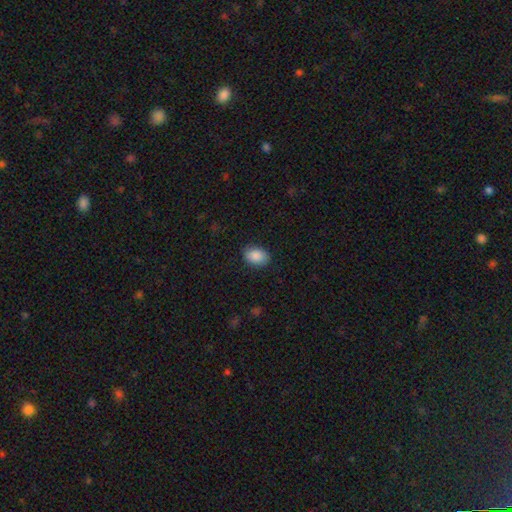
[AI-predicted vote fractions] smooth_or_featured: smooth (p=0.89) [alt: star or artifact p=0.07]
how_rounded: in between (p=0.81) [alt: round p=0.18]
merging: none (p=0.86) [alt: minor disturbance p=0.10]